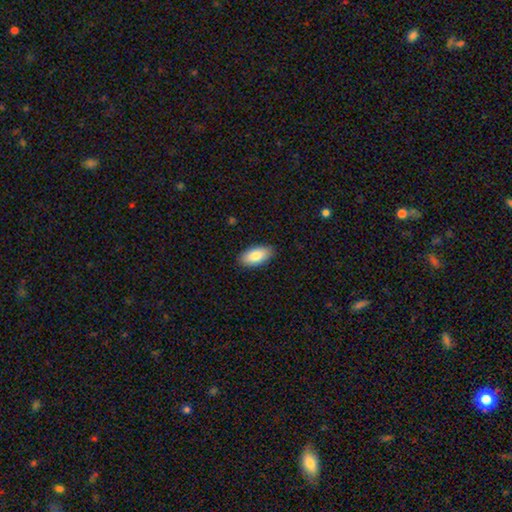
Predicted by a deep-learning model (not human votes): Q: Smooth or featured?
A: smooth (84%); runner-up: featured or disk (10%)
Q: How rounded?
A: in between (93%); runner-up: cigar-shaped (5%)
Q: Merging?
A: none (87%); runner-up: minor disturbance (10%)